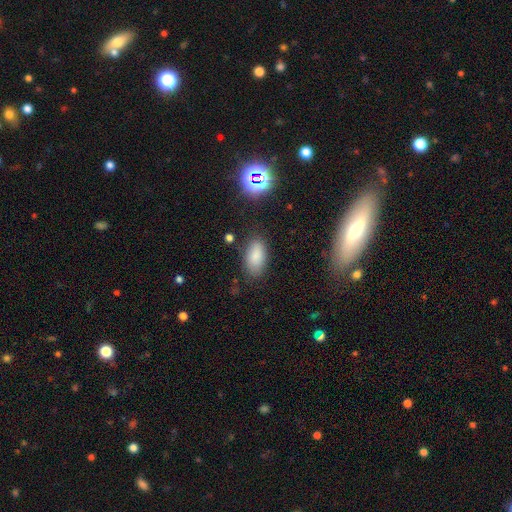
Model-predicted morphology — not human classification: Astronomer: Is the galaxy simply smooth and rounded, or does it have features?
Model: smooth — 84%.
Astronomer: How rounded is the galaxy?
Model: in between — 92%.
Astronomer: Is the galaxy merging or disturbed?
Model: none — 78%.